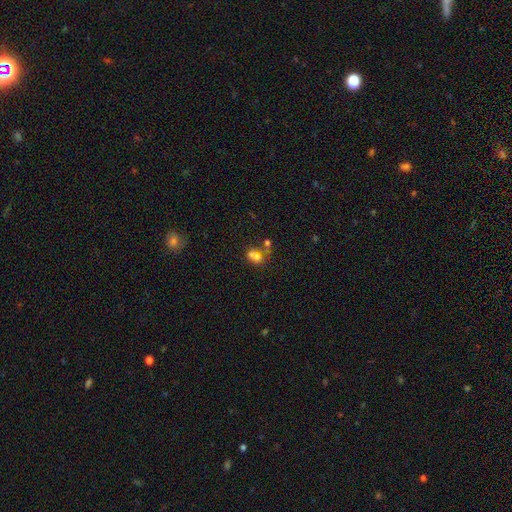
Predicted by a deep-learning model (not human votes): Smooth or featured? smooth (66%)
How rounded? in between (63%)
Merging? merger (41%)